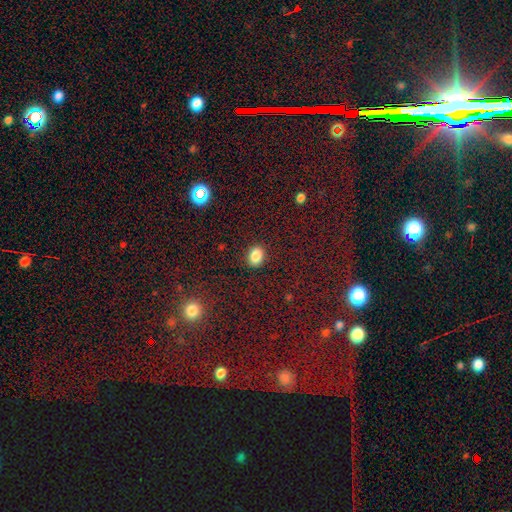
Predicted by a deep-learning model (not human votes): Q: Smooth or featured?
A: smooth (85%); runner-up: star or artifact (10%)
Q: How rounded?
A: in between (68%); runner-up: round (30%)
Q: Merging?
A: none (87%); runner-up: minor disturbance (9%)